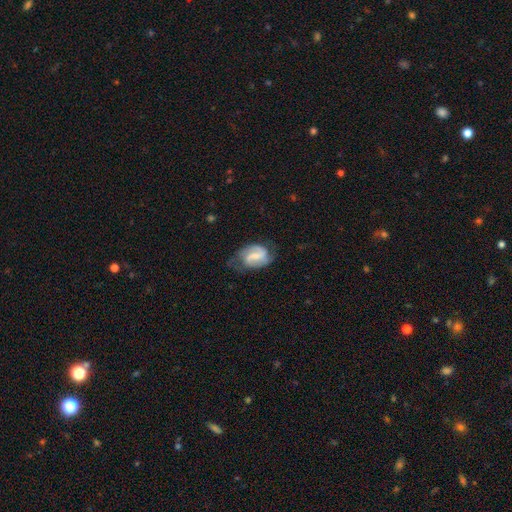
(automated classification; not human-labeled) Smooth or featured?
  - featured or disk: 74% *
  - smooth: 20%
  - star or artifact: 6%
Edge-on disk?
  - no: 97% *
  - yes: 3%
Bar?
  - weak: 46% *
  - strong: 40%
  - no: 15%
Spiral arms?
  - yes: 92% *
  - no: 8%
Spiral winding?
  - medium: 46% *
  - loose: 29%
  - tight: 25%
Spiral arm count?
  - 2: 83% *
  - can't tell: 8%
  - 1: 5%
  - 3: 2%
  - 4: 1%
  - more than 4: 1%
Bulge size?
  - small: 41% *
  - none: 28%
  - moderate: 25%
  - large: 5%
  - dominant: 1%
Merging?
  - none: 57% *
  - minor disturbance: 27%
  - major disturbance: 15%
  - merger: 2%